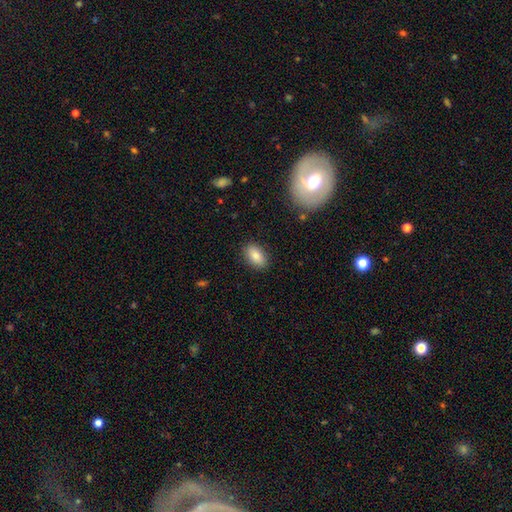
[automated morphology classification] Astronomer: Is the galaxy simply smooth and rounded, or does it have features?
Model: smooth — 84%.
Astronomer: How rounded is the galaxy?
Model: in between — 90%.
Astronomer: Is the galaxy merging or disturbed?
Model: none — 87%.